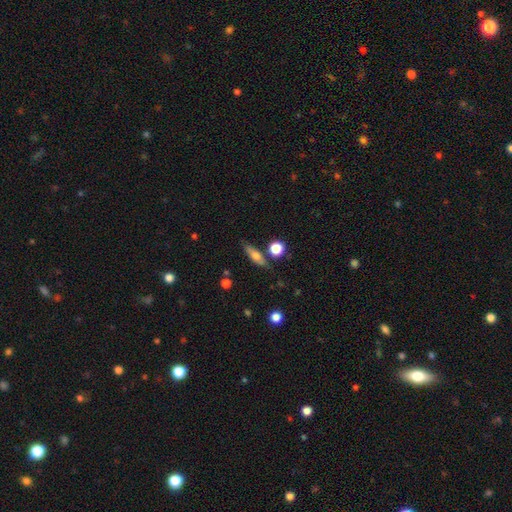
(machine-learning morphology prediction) Overall: smooth (58%; featured or disk 34%). How rounded: cigar-shaped (56%; in between 38%). Merging: none (77%).